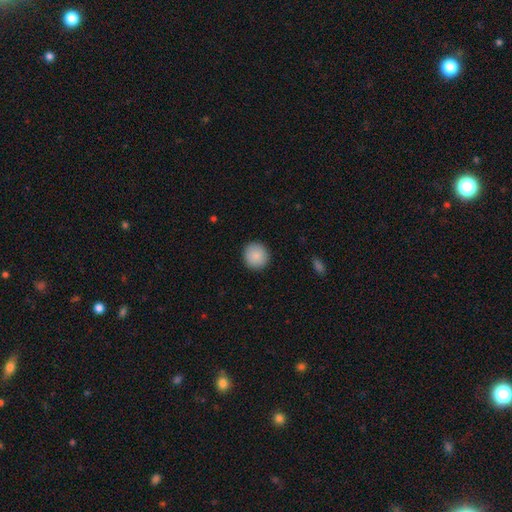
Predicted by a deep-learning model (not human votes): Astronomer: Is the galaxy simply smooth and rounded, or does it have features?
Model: smooth — 89%.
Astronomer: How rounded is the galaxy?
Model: round — 94%.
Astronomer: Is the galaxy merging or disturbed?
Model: none — 92%.